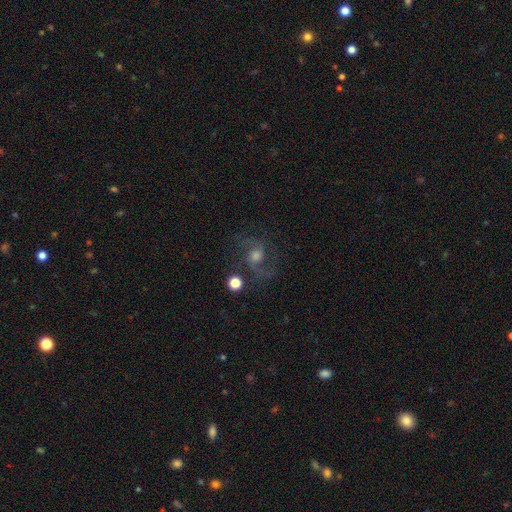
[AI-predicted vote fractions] Morphology: type=featured or disk (77%); edge-on=no (97%); bar=no (51%); spiral arms=yes (95%); winding=medium (51%); arm count=2 (86%); bulge=moderate (54%); merging=none (71%).